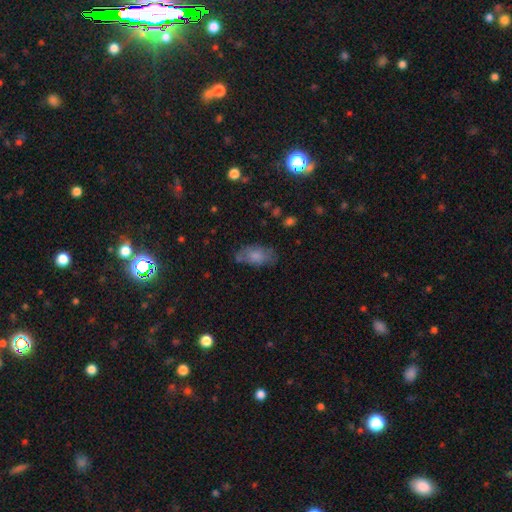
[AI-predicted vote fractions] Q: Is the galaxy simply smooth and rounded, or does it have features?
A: smooth — 73%.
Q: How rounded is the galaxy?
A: in between — 92%.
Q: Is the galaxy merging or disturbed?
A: none — 62%.